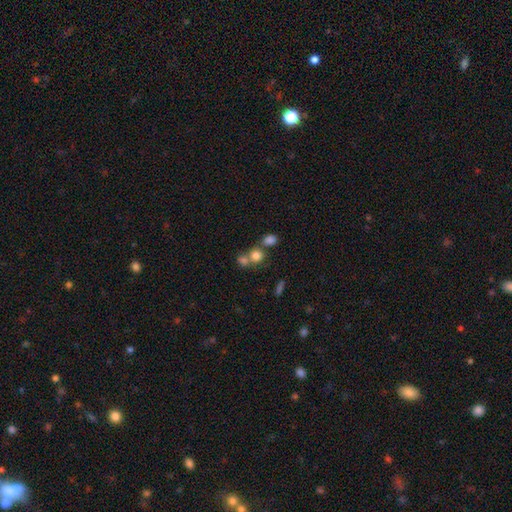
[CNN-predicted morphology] Smooth or featured?
  - smooth: 76% *
  - star or artifact: 14%
  - featured or disk: 10%
How rounded?
  - round: 80% *
  - in between: 18%
  - cigar-shaped: 1%
Merging?
  - none: 48% *
  - merger: 40%
  - minor disturbance: 8%
  - major disturbance: 4%